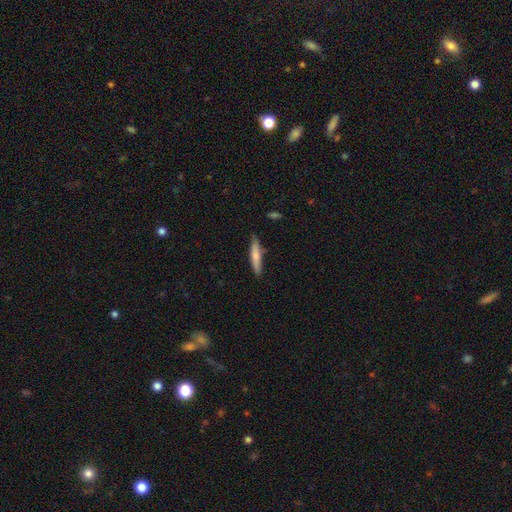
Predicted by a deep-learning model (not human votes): This is likely a smooth galaxy (69%). How rounded: clearly cigar-shaped (89%). Merging: clearly none (84%).